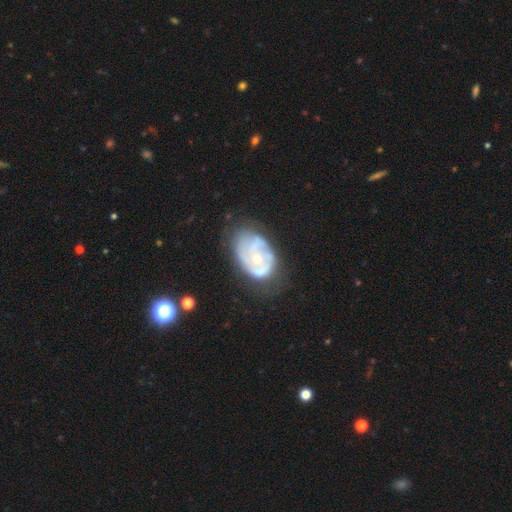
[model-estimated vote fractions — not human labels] smooth-or-featured: featured or disk: 76% | smooth: 17% | star or artifact: 7%
  disk-edge-on: no: 97% | yes: 3%
    bar: no: 78% | weak: 18% | strong: 4%
    has-spiral-arms: yes: 74% | no: 26%
      spiral-winding: tight: 56% | medium: 32% | loose: 13%
      spiral-arm-count: can't tell: 40% | 2: 34% | 3: 12% | 1: 8% | 4: 3% | more than 4: 3%
    bulge-size: small: 53% | moderate: 43% | none: 2% | large: 2% | dominant: 1%
  merging: none: 51% | minor disturbance: 29% | major disturbance: 16% | merger: 4%